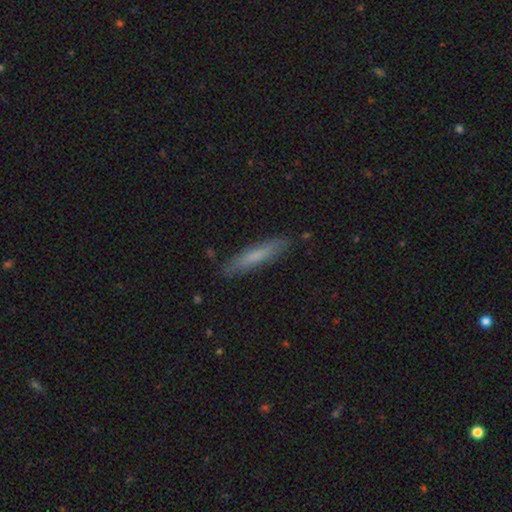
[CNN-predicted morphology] Smooth or featured?
  - smooth: 69% *
  - featured or disk: 25%
  - star or artifact: 6%
How rounded?
  - cigar-shaped: 90% *
  - in between: 8%
  - round: 1%
Merging?
  - none: 87% *
  - minor disturbance: 9%
  - major disturbance: 2%
  - merger: 1%